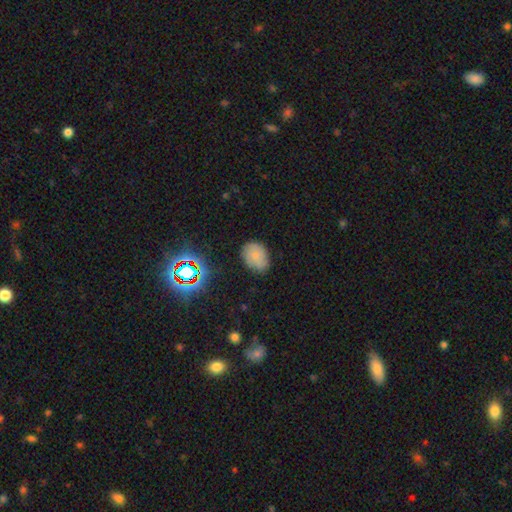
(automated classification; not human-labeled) Overall: smooth (69%). How rounded: in between (66%; round 33%). Merging: none (73%).